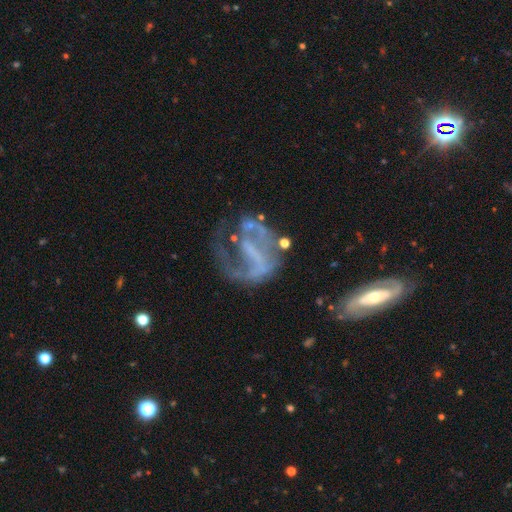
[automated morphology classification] A featured or disk galaxy (75%) with no bar (38%), spiral arms (66%) and no central bulge (69%).

Vote fractions:
- Smooth or featured? featured or disk: 75% / smooth: 14% / star or artifact: 11%
- Edge-on disk? no: 96% / yes: 4%
- Bar? no: 38% / strong: 33% / weak: 29%
- Spiral arms? yes: 66% / no: 34%
- Bulge size? none: 69% / small: 18% / moderate: 8% / large: 3% / dominant: 1%
- Merging? major disturbance: 41% / none: 35% / minor disturbance: 17% / merger: 7%